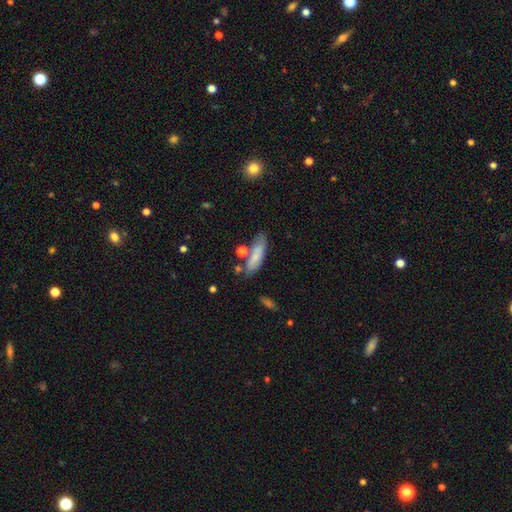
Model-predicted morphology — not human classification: Overall: smooth (75%). How rounded: cigar-shaped (51%; in between 46%). Merging: none (65%).